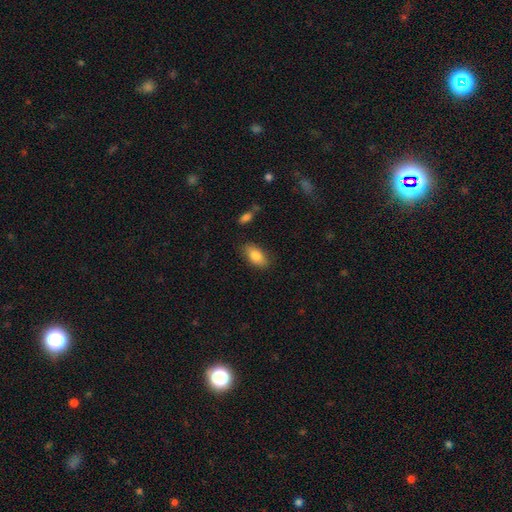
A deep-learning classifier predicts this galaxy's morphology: A smooth galaxy with no disk features (83%) that is in between round and cigar-shaped (91%). Merging: none (83%).